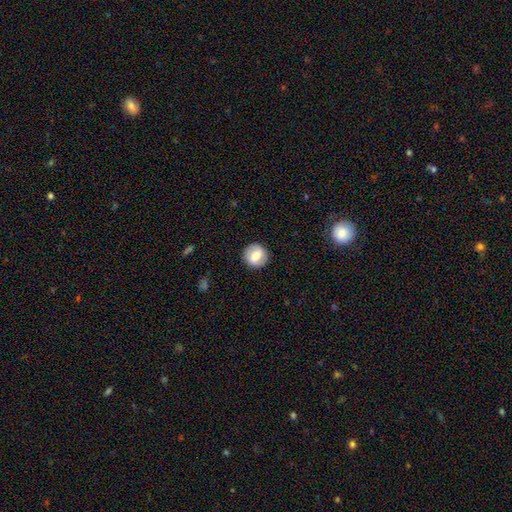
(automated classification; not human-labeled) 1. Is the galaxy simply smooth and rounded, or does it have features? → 62% smooth, 30% featured or disk, 8% star or artifact.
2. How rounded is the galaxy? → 89% round, 10% in between, 1% cigar-shaped.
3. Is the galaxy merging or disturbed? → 88% none, 8% minor disturbance, 3% major disturbance, 1% merger.